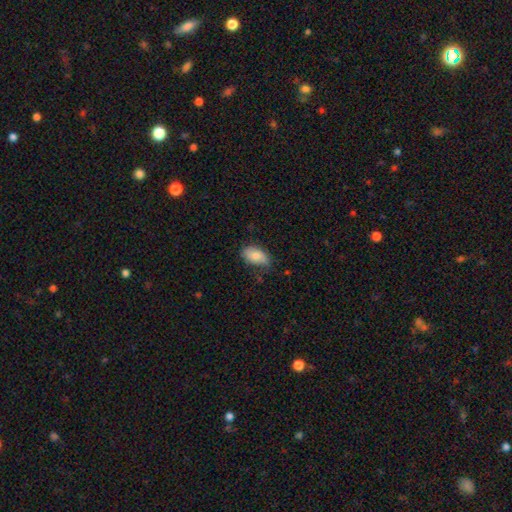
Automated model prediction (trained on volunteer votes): smooth-or-featured: smooth: 78% | featured or disk: 15% | star or artifact: 7%
  how-rounded: in between: 92% | round: 6% | cigar-shaped: 2%
  merging: none: 69% | minor disturbance: 25% | major disturbance: 4% | merger: 1%